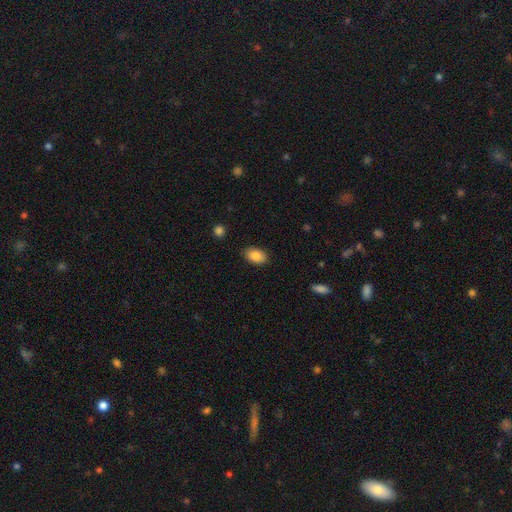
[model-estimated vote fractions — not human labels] The model was most divided on "merging": none: 86%, minor disturbance: 11%, major disturbance: 2%, merger: 1%. More confident: how rounded — in between (90%); smooth or featured — smooth (87%).